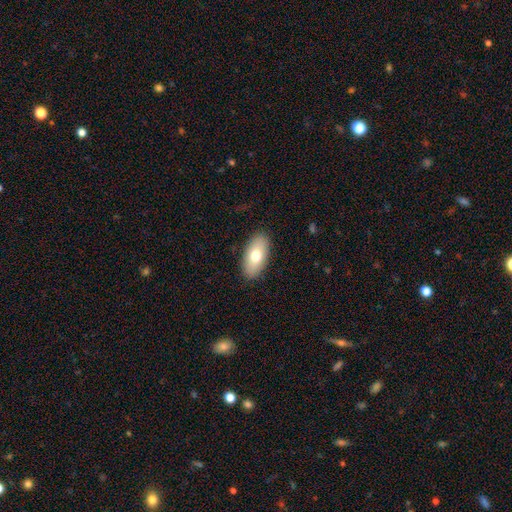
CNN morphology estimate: The model was most divided on "smooth or featured": smooth: 73%, featured or disk: 21%, star or artifact: 6%. More confident: how rounded — in between (92%); merging — none (89%).